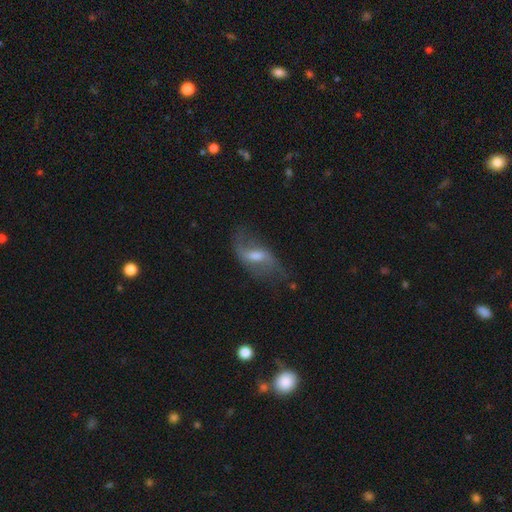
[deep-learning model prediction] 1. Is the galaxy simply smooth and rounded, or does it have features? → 74% featured or disk, 19% smooth, 7% star or artifact.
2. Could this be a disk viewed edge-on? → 94% no, 6% yes.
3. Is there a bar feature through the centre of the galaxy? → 54% weak, 29% strong, 18% no.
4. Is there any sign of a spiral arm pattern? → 87% yes, 13% no.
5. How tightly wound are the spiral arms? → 80% loose, 16% medium, 4% tight.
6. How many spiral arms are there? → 87% 2, 6% 1, 4% can't tell, 1% 3, 1% 4, 1% more than 4.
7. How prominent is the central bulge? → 49% moderate, 26% small, 12% none, 11% large, 2% dominant.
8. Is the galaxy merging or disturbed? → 58% none, 21% minor disturbance, 18% major disturbance, 3% merger.